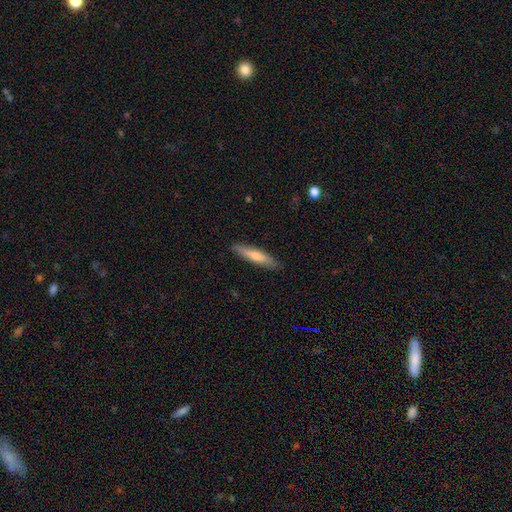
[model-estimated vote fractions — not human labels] The model was most divided on "smooth or featured": smooth: 60%, featured or disk: 33%, star or artifact: 6%. More confident: merging — none (89%); how rounded — cigar-shaped (87%).